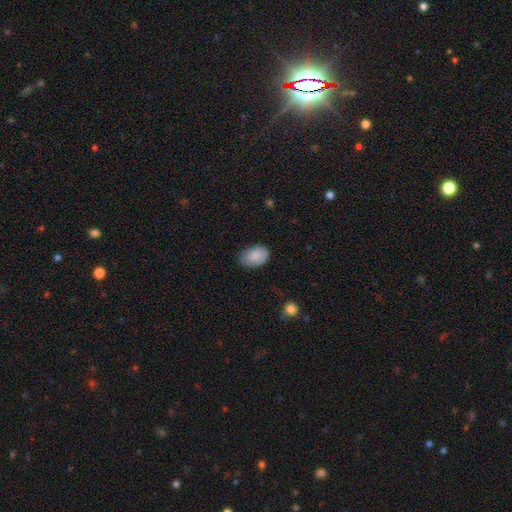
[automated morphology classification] Smooth or featured? smooth (87%)
How rounded? in between (87%)
Merging? none (74%)